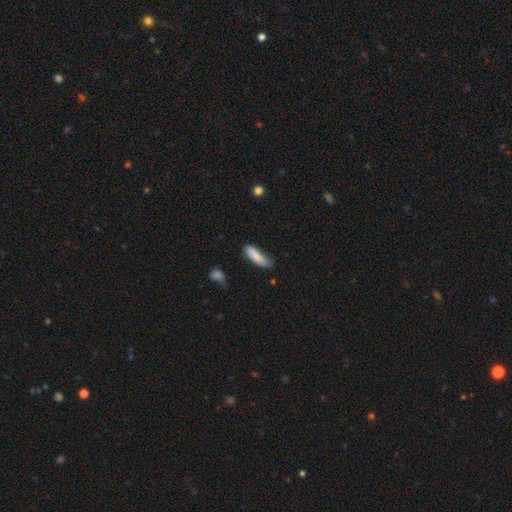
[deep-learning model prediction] This is likely a smooth galaxy (80%). How rounded: likely cigar-shaped (61%). Merging: possibly none (57%).